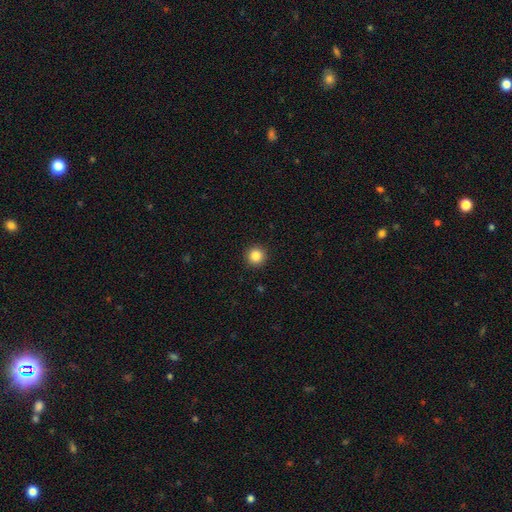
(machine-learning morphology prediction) A smooth galaxy with no disk features (85%) that is round (96%).

Vote fractions:
- Smooth or featured? smooth: 85% / star or artifact: 11% / featured or disk: 4%
- How rounded? round: 96% / in between: 3% / cigar-shaped: 1%
- Merging? none: 93% / minor disturbance: 4% / major disturbance: 2% / merger: 1%